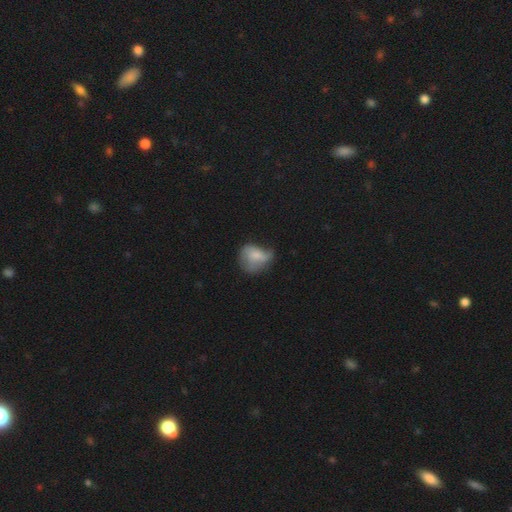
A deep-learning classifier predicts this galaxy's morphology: Overall: smooth (57%; featured or disk 34%). How rounded: in between (53%; round 46%). Merging: minor disturbance (33%; none 32%).